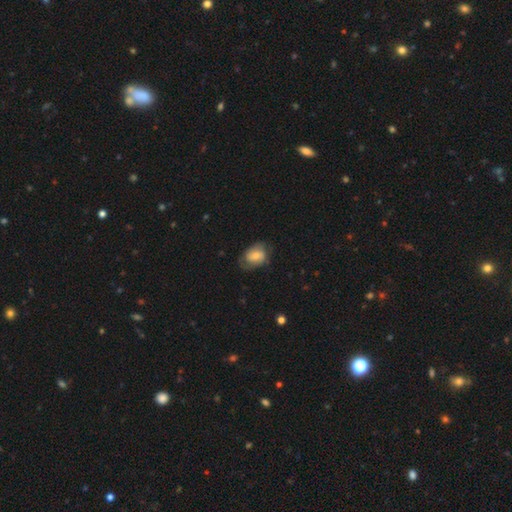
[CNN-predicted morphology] A smooth galaxy with no disk features (52%) that is in between round and cigar-shaped (69%). Merging: none (59%).